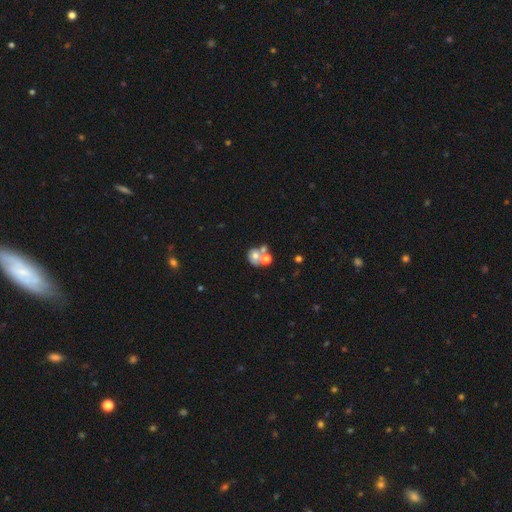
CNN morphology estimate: A smooth galaxy with no disk features (56%) that is round (68%). Merging: merger (55%).